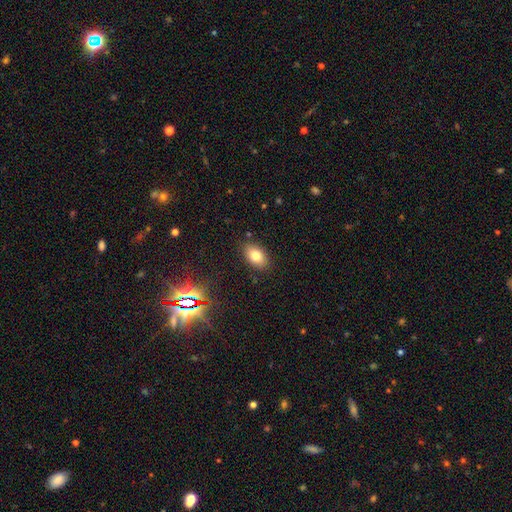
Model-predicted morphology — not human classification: smooth 78%, star or artifact 11%, featured or disk 11%. Down the decision tree: how rounded — in between (89%); merging — none (86%).